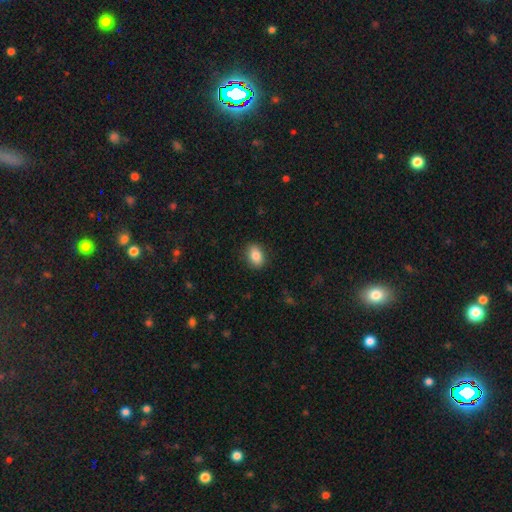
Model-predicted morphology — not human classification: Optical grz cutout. It shows a smooth galaxy with no disk features (84%) that is in between round and cigar-shaped (77%). Merging: none (88%).